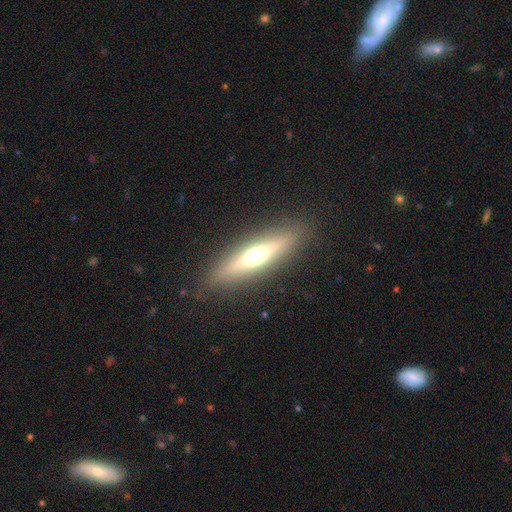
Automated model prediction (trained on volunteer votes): smooth-or-featured: featured or disk: 56% | smooth: 36% | star or artifact: 7%
  disk-edge-on: yes: 92% | no: 8%
    edge-on-bulge: rounded: 92% | none: 5% | boxy: 3%
  merging: none: 89% | minor disturbance: 7% | major disturbance: 2% | merger: 1%